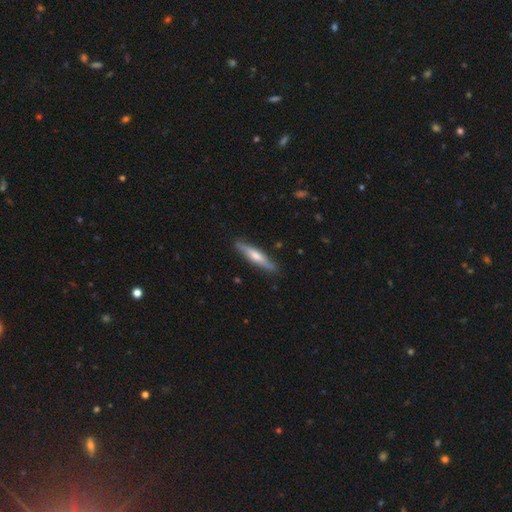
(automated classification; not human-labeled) featured or disk 51%, smooth 44%, star or artifact 5%. Down the decision tree: edge-on disk — yes (91%); merging — none (87%).